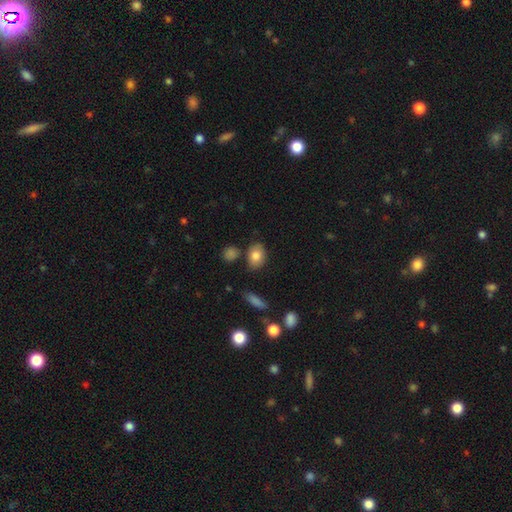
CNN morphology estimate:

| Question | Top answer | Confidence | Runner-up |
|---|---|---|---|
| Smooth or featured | smooth | 82% | featured or disk (10%) |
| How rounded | in between | 76% | round (23%) |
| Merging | none | 76% | minor disturbance (15%) |